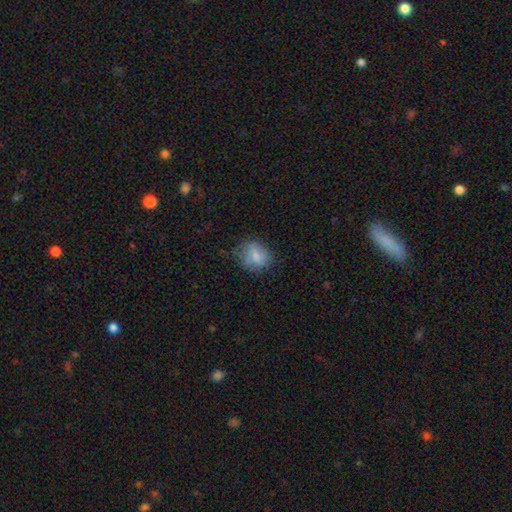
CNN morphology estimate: Smooth or featured?
  - smooth: 71% *
  - featured or disk: 20%
  - star or artifact: 9%
How rounded?
  - round: 54% *
  - in between: 45%
  - cigar-shaped: 1%
Merging?
  - none: 61% *
  - minor disturbance: 26%
  - major disturbance: 11%
  - merger: 2%